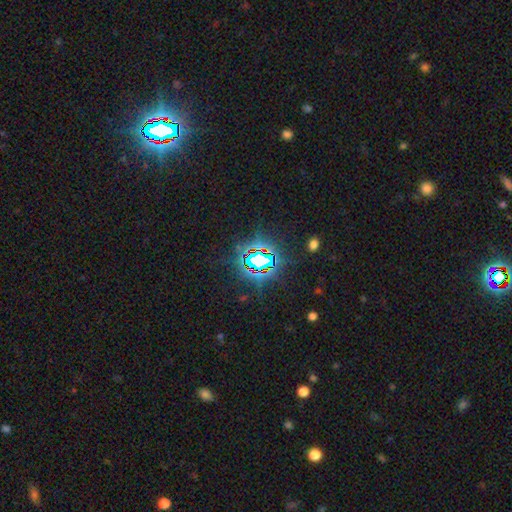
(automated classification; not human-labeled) Smooth or featured? Predicted: star or artifact (p=0.79).